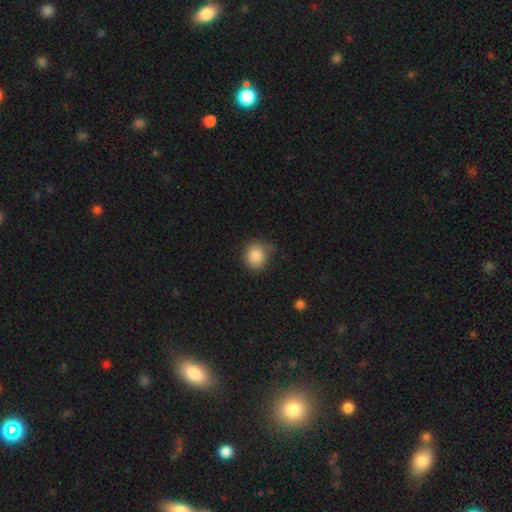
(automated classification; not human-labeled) Q: Smooth or featured?
A: smooth (86%); runner-up: star or artifact (9%)
Q: How rounded?
A: round (85%); runner-up: in between (14%)
Q: Merging?
A: none (68%); runner-up: minor disturbance (24%)